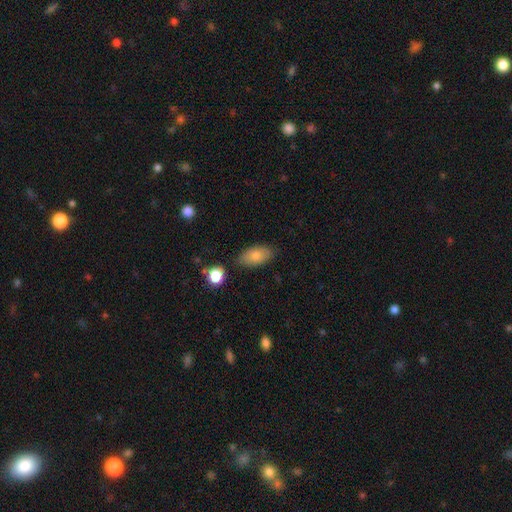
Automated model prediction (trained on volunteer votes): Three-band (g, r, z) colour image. It shows a smooth galaxy with no disk features (80%) that is in between round and cigar-shaped (92%). Merging: none (76%).